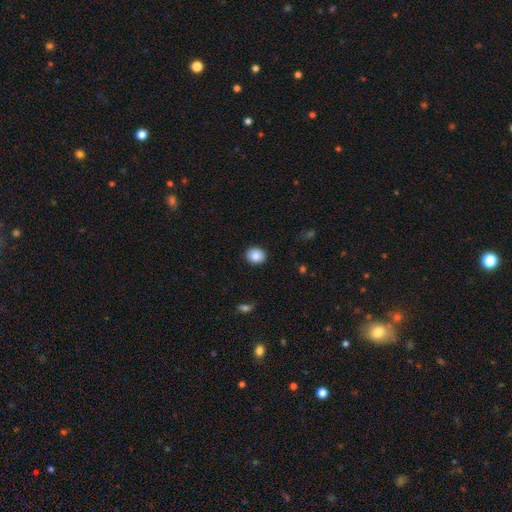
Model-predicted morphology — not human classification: This appears to be a smooth galaxy with no disk features (87%) that is round (69%). Merging: none (90%).